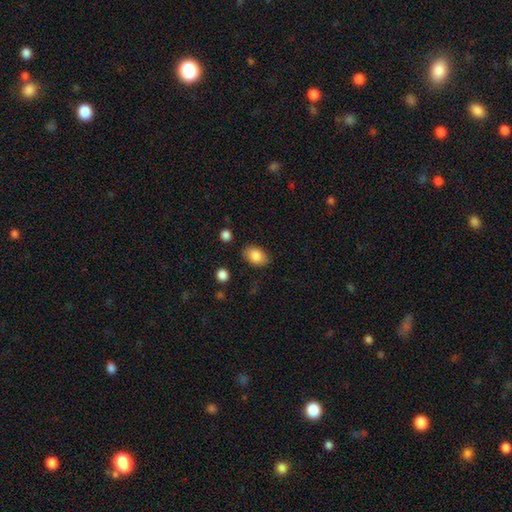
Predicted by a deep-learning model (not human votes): This is clearly a smooth galaxy (86%). How rounded: clearly in between (82%). Merging: clearly none (83%).